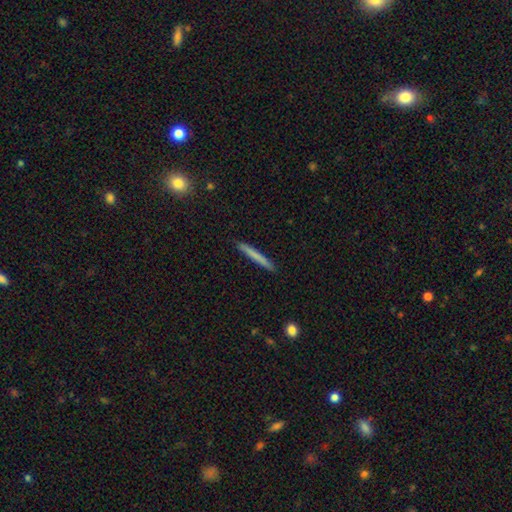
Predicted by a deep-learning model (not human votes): Overall: smooth (70%). How rounded: cigar-shaped (97%). Merging: none (91%).